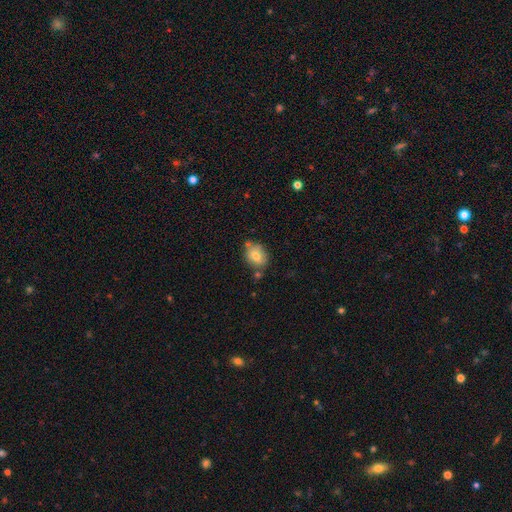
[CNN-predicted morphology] smooth-or-featured: smooth: 77% | featured or disk: 15% | star or artifact: 9%
  how-rounded: in between: 60% | round: 39% | cigar-shaped: 1%
  merging: none: 64% | minor disturbance: 20% | merger: 12% | major disturbance: 4%